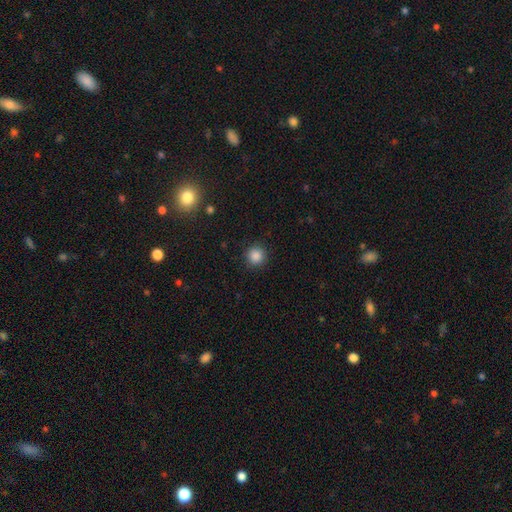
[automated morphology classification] This appears to be a smooth galaxy with no disk features (86%) that is round (94%). Merging: none (91%).